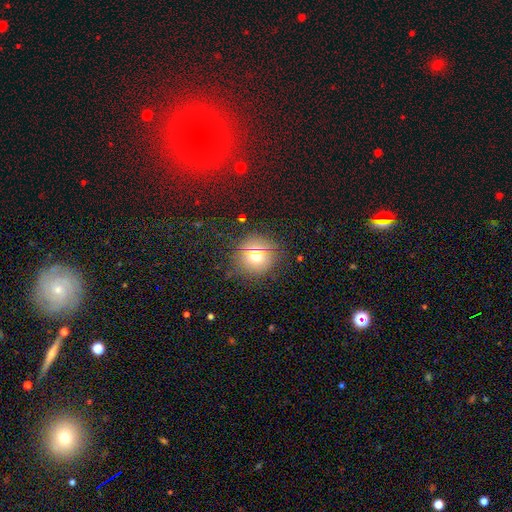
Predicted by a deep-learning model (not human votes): Q: Smooth or featured?
A: smooth (66%); runner-up: star or artifact (21%)
Q: How rounded?
A: round (92%); runner-up: in between (7%)
Q: Merging?
A: none (85%); runner-up: minor disturbance (9%)